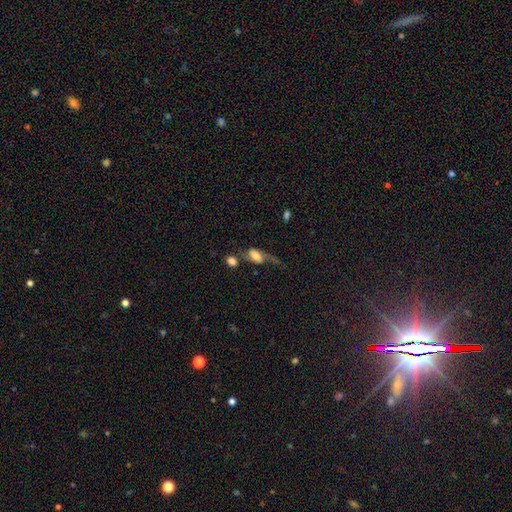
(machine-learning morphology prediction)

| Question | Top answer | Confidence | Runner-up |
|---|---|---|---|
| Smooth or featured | featured or disk | 45% | tied: smooth (45%) |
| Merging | major disturbance | 34% | none (29%) |